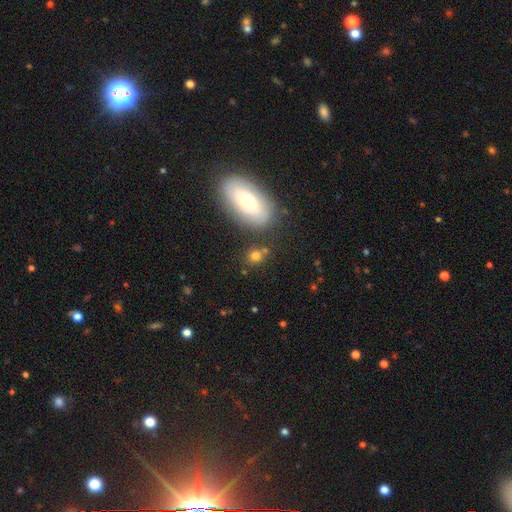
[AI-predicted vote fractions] smooth 75%, star or artifact 14%, featured or disk 11%. Down the decision tree: how rounded — round (65%); merging — none (72%).